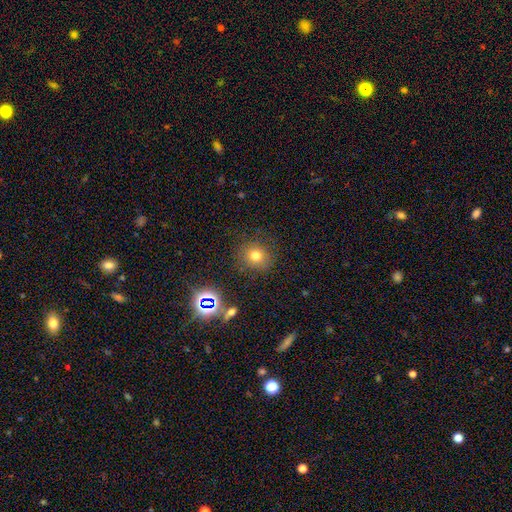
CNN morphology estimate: type=smooth (72%); roundness=round (84%); merging=none (83%).